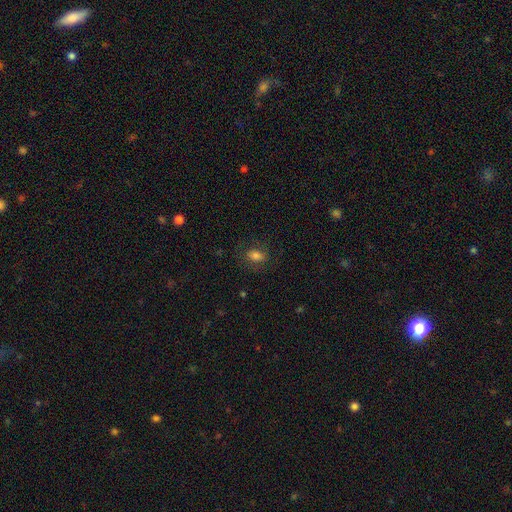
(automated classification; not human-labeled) Smooth or featured? Predicted: smooth (p=0.77). How rounded? Predicted: in between (p=0.75). Merging? Predicted: none (p=0.76).